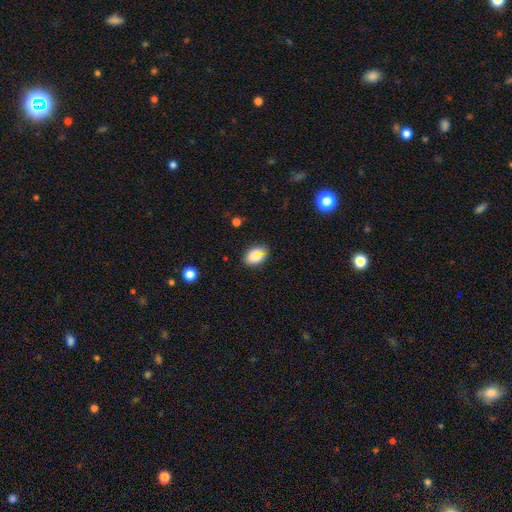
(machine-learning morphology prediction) smooth-or-featured: smooth: 73% | star or artifact: 19% | featured or disk: 8%
  how-rounded: in between: 71% | round: 26% | cigar-shaped: 3%
  merging: none: 81% | minor disturbance: 12% | major disturbance: 4% | merger: 2%